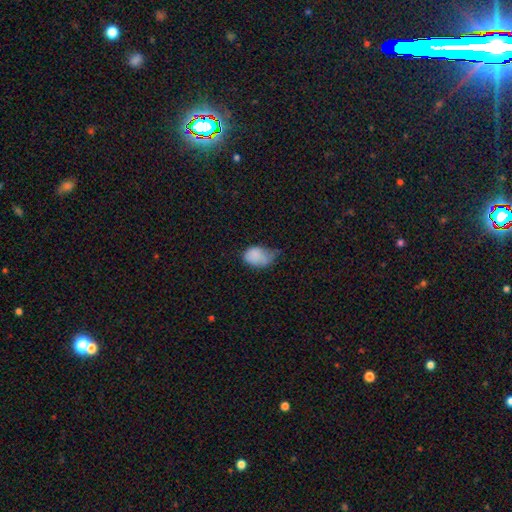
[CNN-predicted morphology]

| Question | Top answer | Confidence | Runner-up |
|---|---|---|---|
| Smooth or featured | smooth | 81% | featured or disk (10%) |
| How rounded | in between | 80% | round (19%) |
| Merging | minor disturbance | 47% | major disturbance (28%) |